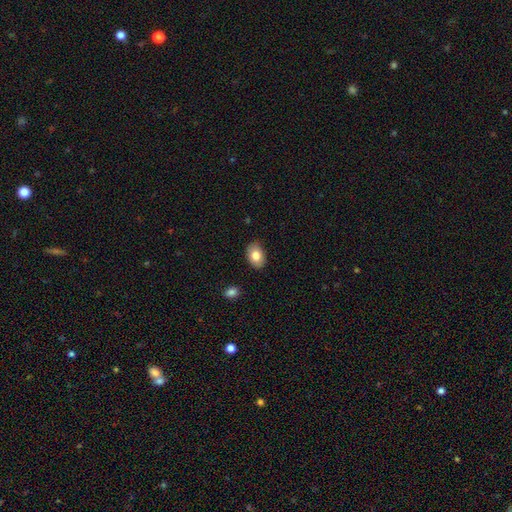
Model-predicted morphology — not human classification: Smooth or featured? Predicted: smooth (p=0.81). How rounded? Predicted: in between (p=0.83). Merging? Predicted: none (p=0.84).